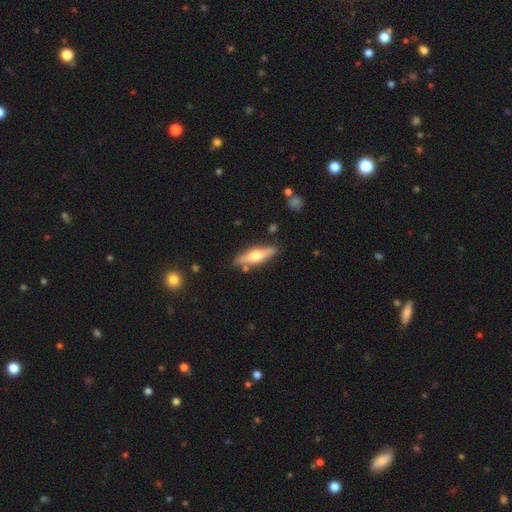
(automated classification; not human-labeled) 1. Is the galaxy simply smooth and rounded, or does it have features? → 62% featured or disk, 32% smooth, 6% star or artifact.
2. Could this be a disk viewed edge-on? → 95% yes, 5% no.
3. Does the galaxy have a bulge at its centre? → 93% rounded, 4% boxy, 2% none.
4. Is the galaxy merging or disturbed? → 84% none, 10% minor disturbance, 4% merger, 2% major disturbance.